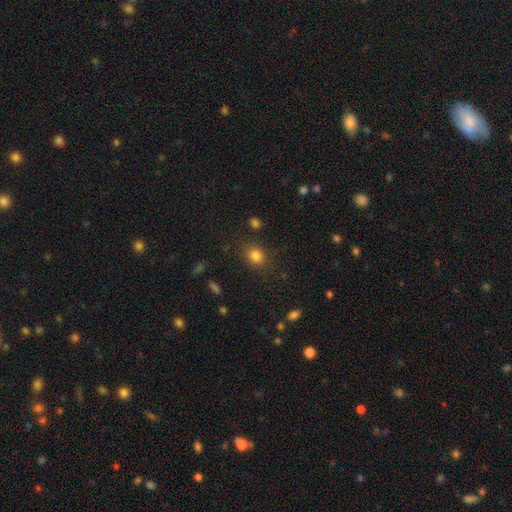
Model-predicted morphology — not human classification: Smooth or featured?
  - smooth: 82% *
  - star or artifact: 12%
  - featured or disk: 6%
How rounded?
  - round: 58% *
  - in between: 41%
  - cigar-shaped: 1%
Merging?
  - none: 82% *
  - minor disturbance: 11%
  - major disturbance: 4%
  - merger: 2%